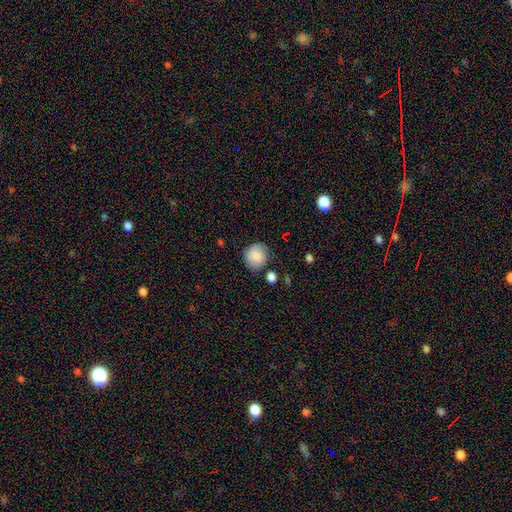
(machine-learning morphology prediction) Overall: smooth (84%). How rounded: round (84%). Merging: none (72%).